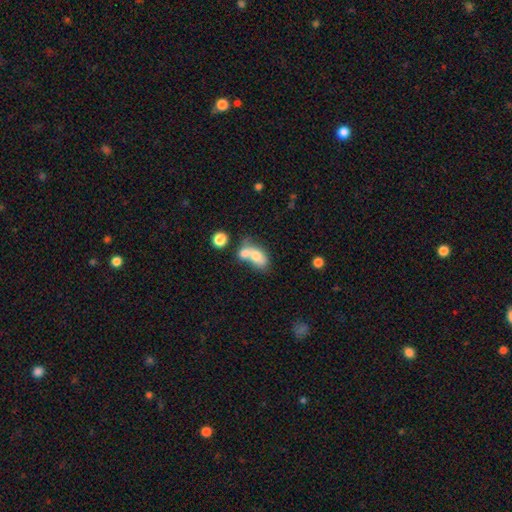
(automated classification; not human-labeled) Smooth or featured: smooth — 69% (featured or disk — 22%)
How rounded: in between — 78% (round — 19%)
Merging: merger — 65% (none — 20%)